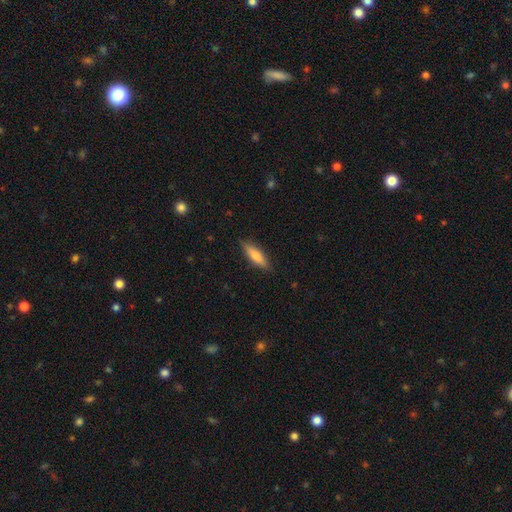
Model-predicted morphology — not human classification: This is likely a smooth galaxy (69%). How rounded: likely cigar-shaped (65%). Merging: clearly none (87%).